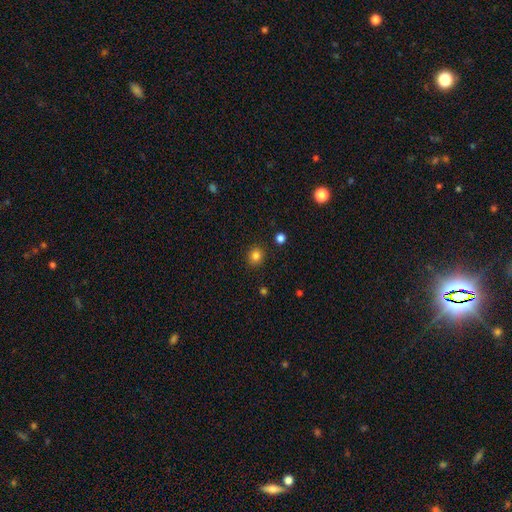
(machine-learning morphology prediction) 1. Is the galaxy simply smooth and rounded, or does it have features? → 83% smooth, 12% star or artifact, 5% featured or disk.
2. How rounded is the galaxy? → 81% round, 18% in between, 1% cigar-shaped.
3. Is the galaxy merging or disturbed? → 89% none, 7% minor disturbance, 2% major disturbance, 2% merger.